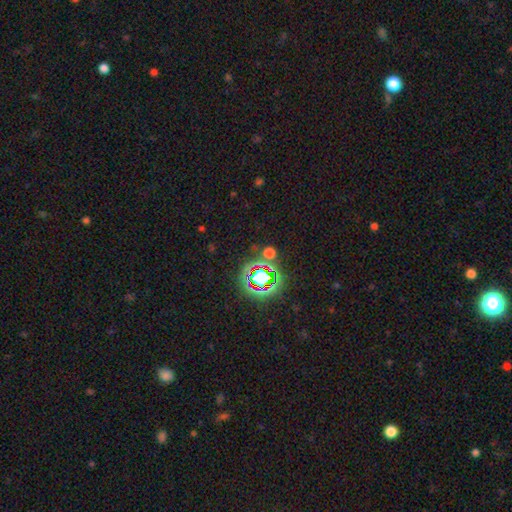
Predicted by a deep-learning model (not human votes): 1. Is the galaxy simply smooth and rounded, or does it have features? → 76% star or artifact, 15% smooth, 9% featured or disk.